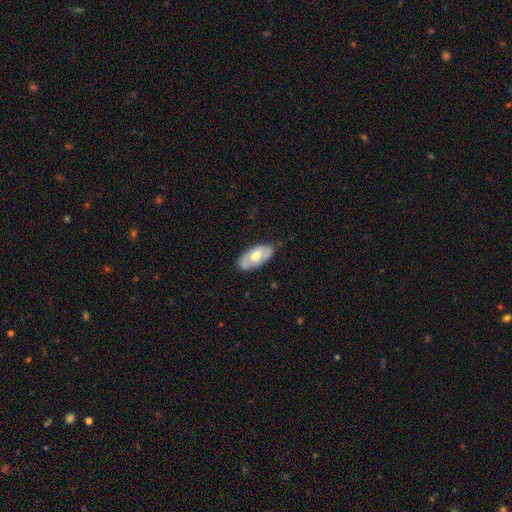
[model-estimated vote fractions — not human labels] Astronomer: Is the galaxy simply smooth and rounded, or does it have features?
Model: featured or disk — 49% (runner-up: smooth, 46%).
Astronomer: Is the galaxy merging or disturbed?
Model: none — 73%.